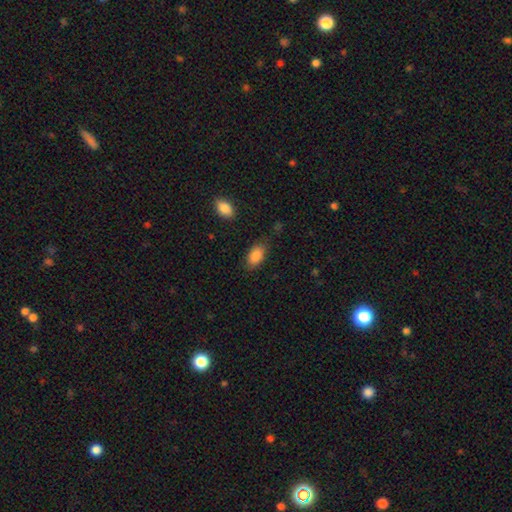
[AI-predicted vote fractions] smooth 87%, star or artifact 7%, featured or disk 6%. Down the decision tree: how rounded — in between (91%); merging — none (76%).